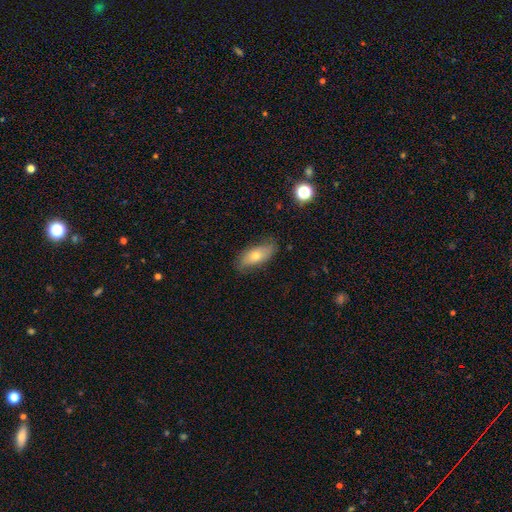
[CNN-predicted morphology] smooth-or-featured: smooth: 58% | featured or disk: 34% | star or artifact: 7%
  how-rounded: in between: 84% | cigar-shaped: 13% | round: 4%
  merging: none: 73% | minor disturbance: 21% | major disturbance: 5% | merger: 1%